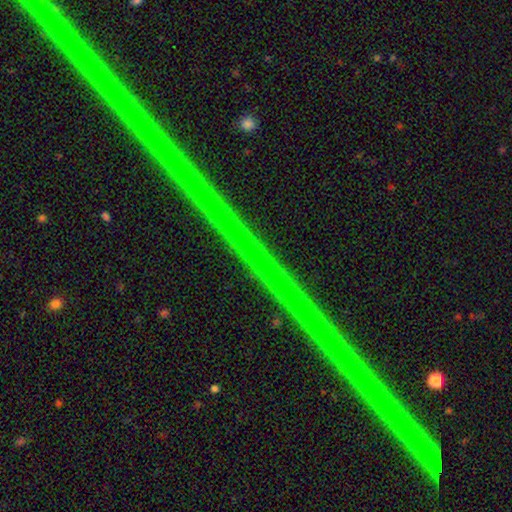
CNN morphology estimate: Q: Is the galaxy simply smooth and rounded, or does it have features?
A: star or artifact — 87%.